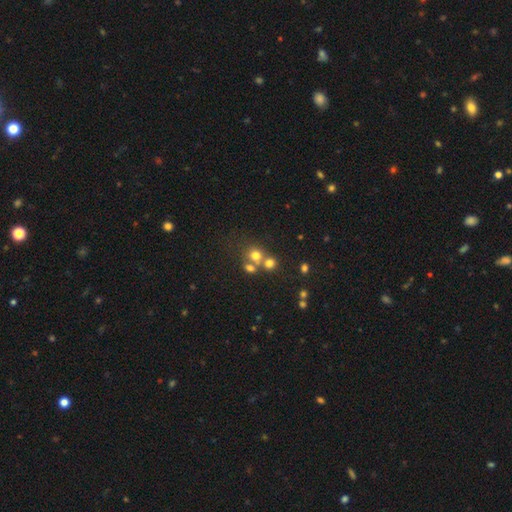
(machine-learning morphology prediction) smooth 67%, star or artifact 18%, featured or disk 14%. Down the decision tree: how rounded — round (82%); merging — none (46%).